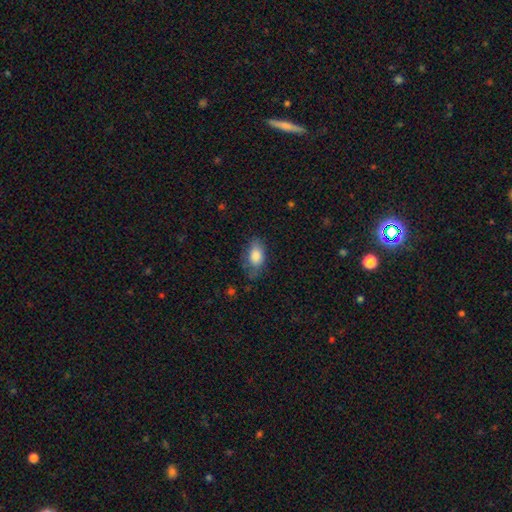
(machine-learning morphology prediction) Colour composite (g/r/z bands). It shows a smooth galaxy with no disk features (83%) that is in between round and cigar-shaped (90%). Merging: none (61%).